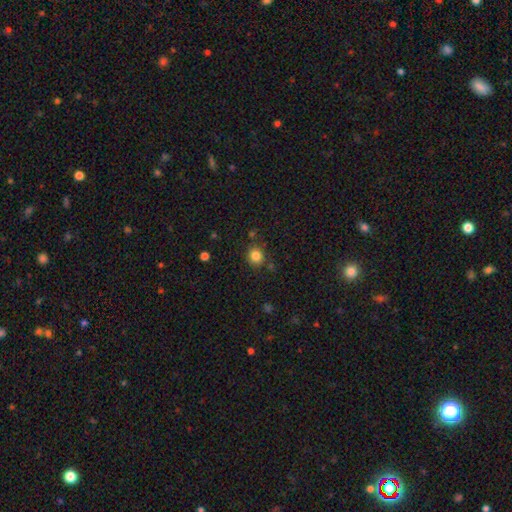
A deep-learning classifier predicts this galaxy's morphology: smooth_or_featured: smooth (p=0.83) [alt: star or artifact p=0.12]
how_rounded: round (p=0.83) [alt: in between p=0.16]
merging: none (p=0.82) [alt: minor disturbance p=0.11]